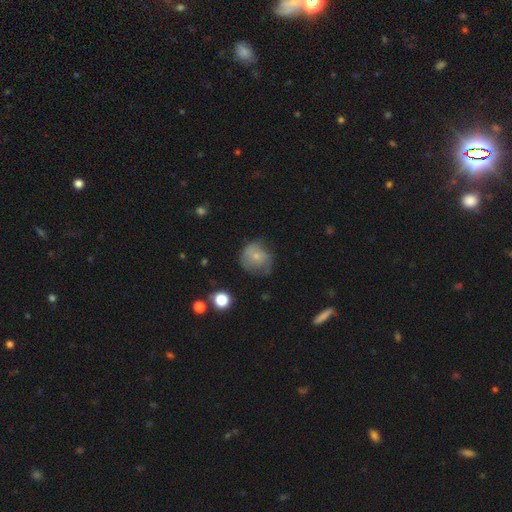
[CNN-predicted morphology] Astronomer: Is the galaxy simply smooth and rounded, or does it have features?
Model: smooth — 58%.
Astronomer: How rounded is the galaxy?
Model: round — 76%.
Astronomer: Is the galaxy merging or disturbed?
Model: none — 48% (runner-up: minor disturbance, 32%).